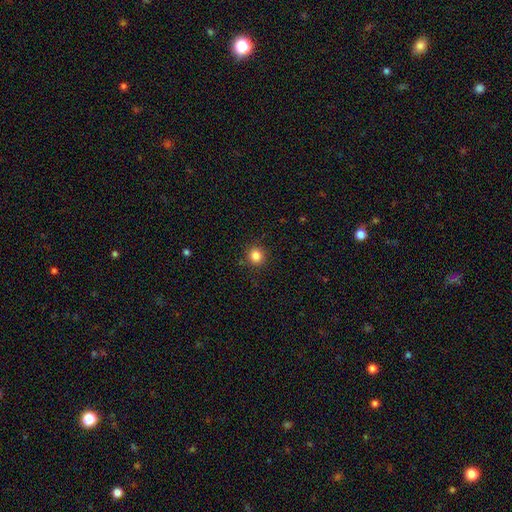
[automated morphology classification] This is clearly a smooth galaxy (84%). How rounded: clearly round (93%). Merging: clearly none (90%).